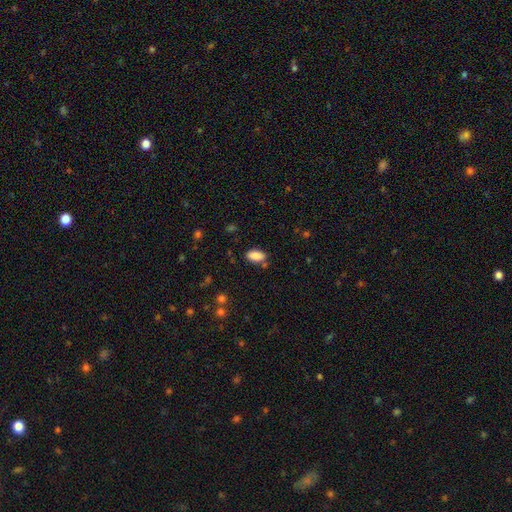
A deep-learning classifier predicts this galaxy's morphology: Smooth or featured?
  - smooth: 88% *
  - star or artifact: 8%
  - featured or disk: 4%
How rounded?
  - in between: 92% *
  - cigar-shaped: 5%
  - round: 3%
Merging?
  - none: 78% *
  - minor disturbance: 14%
  - merger: 5%
  - major disturbance: 3%